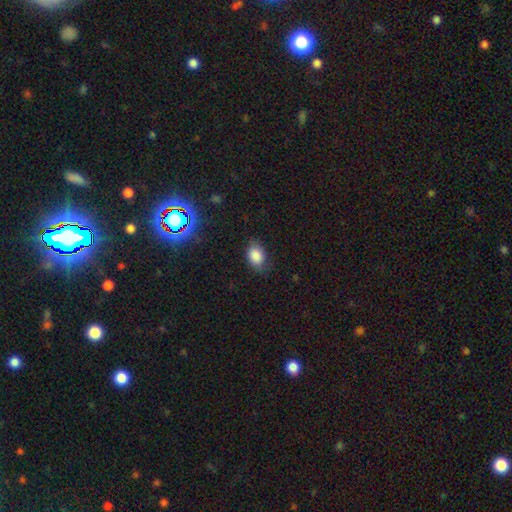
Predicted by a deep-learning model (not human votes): smooth 85%, star or artifact 10%, featured or disk 6%. Down the decision tree: how rounded — in between (82%); merging — none (74%).